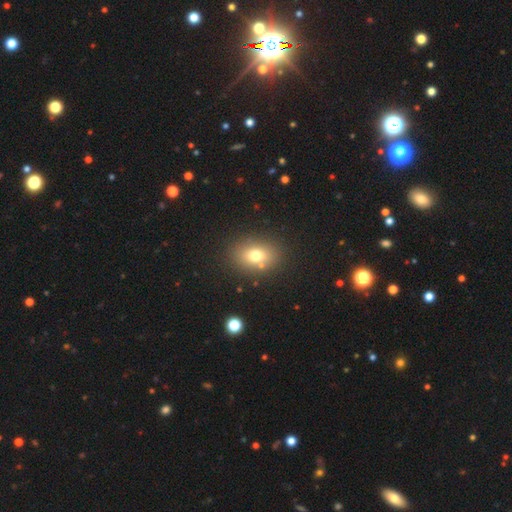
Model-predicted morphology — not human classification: Smooth or featured? Predicted: smooth (p=0.73). How rounded? Predicted: in between (p=0.65). Merging? Predicted: none (p=0.81).